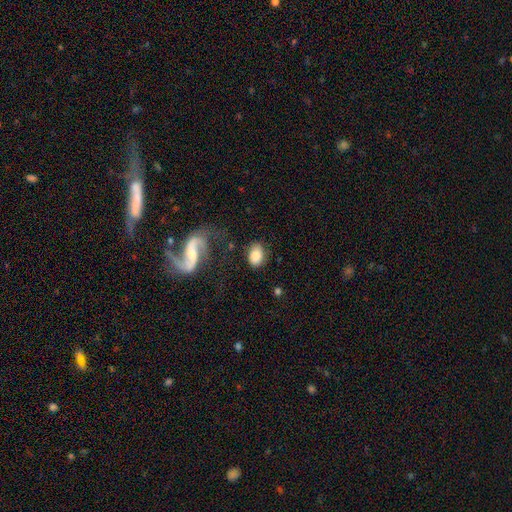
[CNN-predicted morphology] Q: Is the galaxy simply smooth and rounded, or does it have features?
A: smooth — 77%.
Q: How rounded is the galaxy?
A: in between — 81%.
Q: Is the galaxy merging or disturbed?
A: none — 73%.